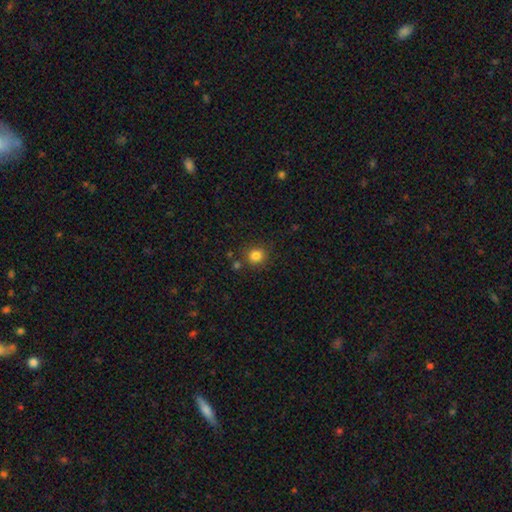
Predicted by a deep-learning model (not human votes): Q: Smooth or featured?
A: smooth (83%); runner-up: star or artifact (12%)
Q: How rounded?
A: round (91%); runner-up: in between (8%)
Q: Merging?
A: none (83%); runner-up: minor disturbance (9%)